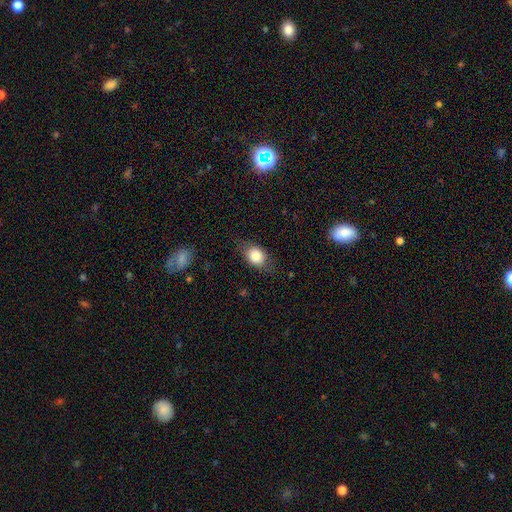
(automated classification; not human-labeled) smooth_or_featured: smooth (p=0.80) [alt: featured or disk p=0.11]
how_rounded: in between (p=0.63) [alt: round p=0.34]
merging: none (p=0.73) [alt: minor disturbance p=0.19]